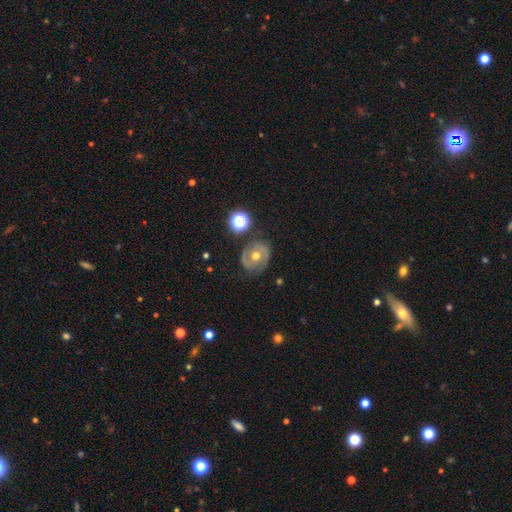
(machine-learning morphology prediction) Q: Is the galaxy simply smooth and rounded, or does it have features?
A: featured or disk — 69%.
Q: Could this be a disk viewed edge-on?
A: no — 97%.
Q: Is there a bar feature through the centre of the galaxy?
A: no — 70%.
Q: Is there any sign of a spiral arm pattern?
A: yes — 76%.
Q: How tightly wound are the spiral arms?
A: tight — 50%.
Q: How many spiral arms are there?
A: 2 — 76%.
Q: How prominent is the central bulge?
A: moderate — 80%.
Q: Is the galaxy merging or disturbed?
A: none — 77%.